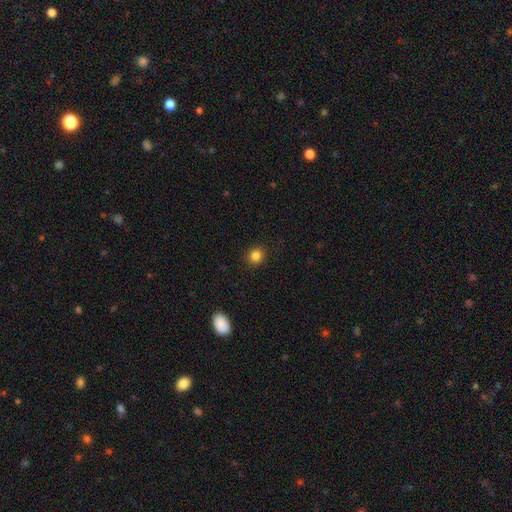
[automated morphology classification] A smooth galaxy with no disk features (84%) that is round (85%).

Vote fractions:
- Smooth or featured? smooth: 84% / star or artifact: 11% / featured or disk: 4%
- How rounded? round: 85% / in between: 14% / cigar-shaped: 1%
- Merging? none: 91% / minor disturbance: 6% / major disturbance: 2% / merger: 1%